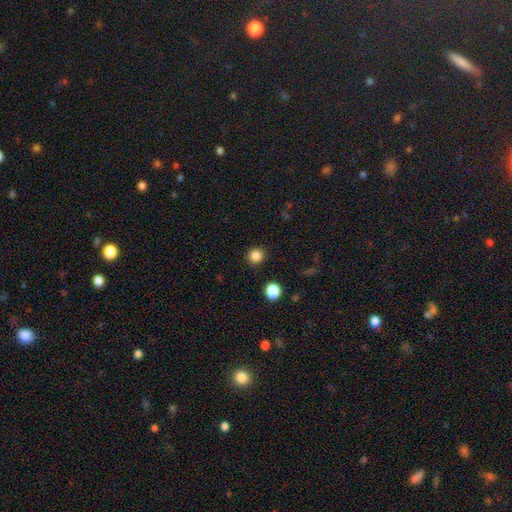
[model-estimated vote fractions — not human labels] This is clearly a smooth galaxy (84%). How rounded: clearly round (90%). Merging: clearly none (91%).